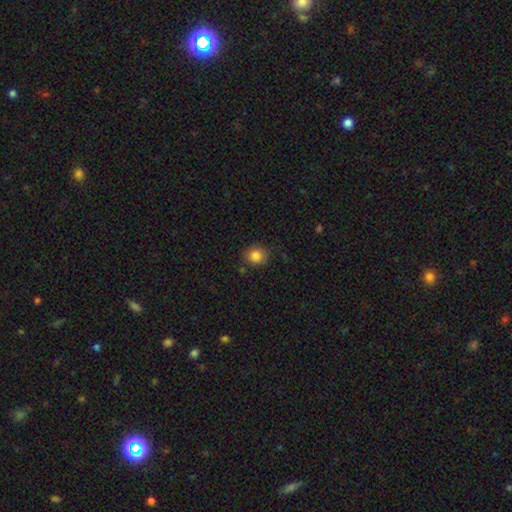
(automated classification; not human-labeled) Smooth or featured?
  - smooth: 84% *
  - star or artifact: 11%
  - featured or disk: 5%
How rounded?
  - round: 83% *
  - in between: 16%
  - cigar-shaped: 1%
Merging?
  - none: 85% *
  - minor disturbance: 10%
  - major disturbance: 3%
  - merger: 2%